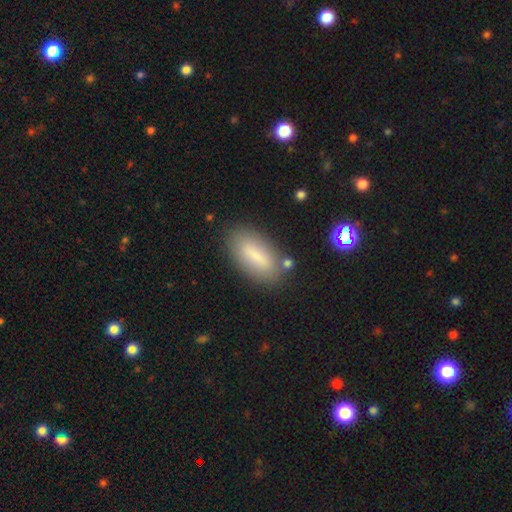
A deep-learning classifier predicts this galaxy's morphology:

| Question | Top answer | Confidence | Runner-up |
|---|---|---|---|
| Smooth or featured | smooth | 77% | featured or disk (15%) |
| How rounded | in between | 78% | cigar-shaped (20%) |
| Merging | none | 79% | minor disturbance (13%) |